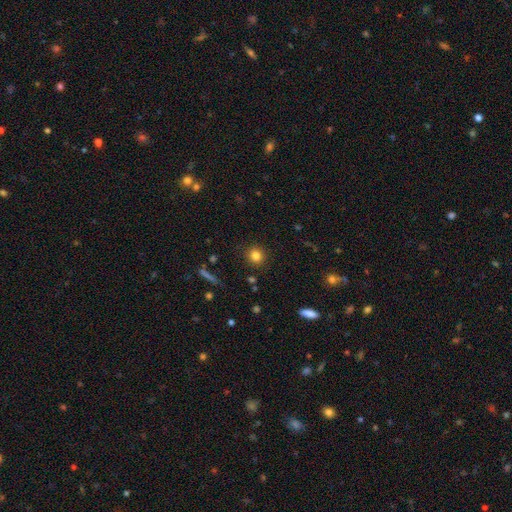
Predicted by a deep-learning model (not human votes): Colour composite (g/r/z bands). It shows a smooth galaxy with no disk features (81%) that is round (88%). Merging: none (90%).